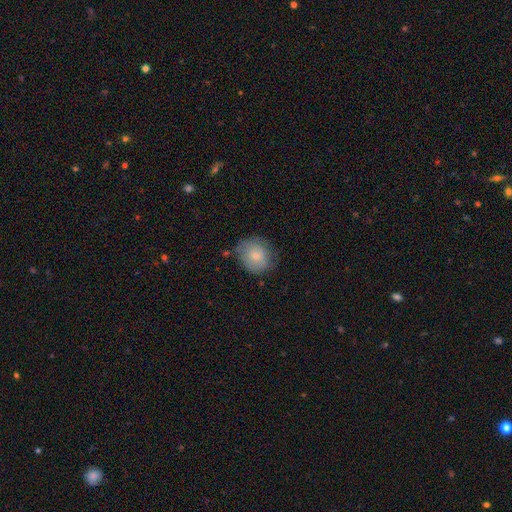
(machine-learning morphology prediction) The model was most divided on "merging": none: 65%, minor disturbance: 26%, major disturbance: 7%, merger: 3%. More confident: how rounded — round (78%); smooth or featured — smooth (71%).